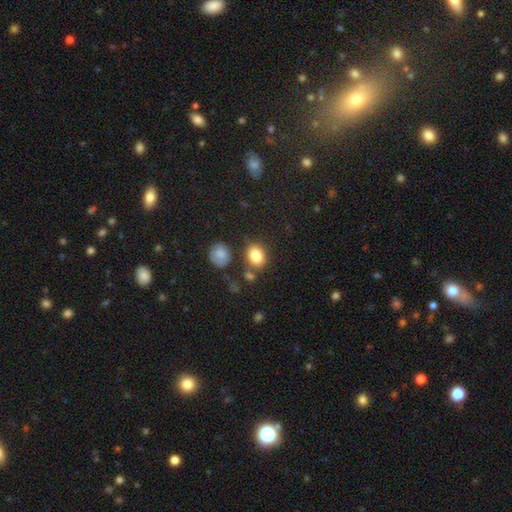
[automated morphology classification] Smooth or featured? smooth (84%)
How rounded? in between (56%)
Merging? none (72%)